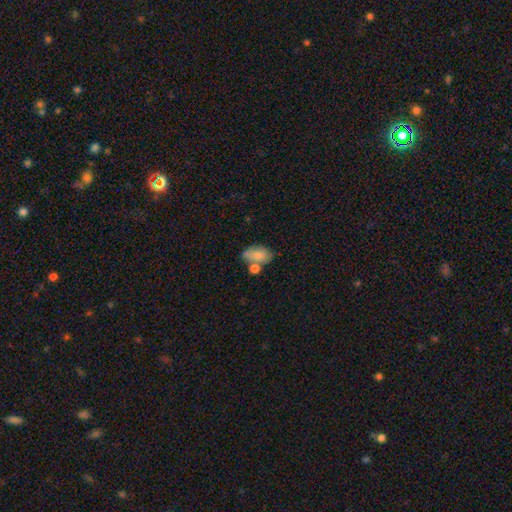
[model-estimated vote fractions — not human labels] Smooth or featured?
  - smooth: 74% *
  - featured or disk: 17%
  - star or artifact: 8%
How rounded?
  - in between: 86% *
  - round: 13%
  - cigar-shaped: 2%
Merging?
  - none: 38% *
  - merger: 33%
  - minor disturbance: 20%
  - major disturbance: 9%